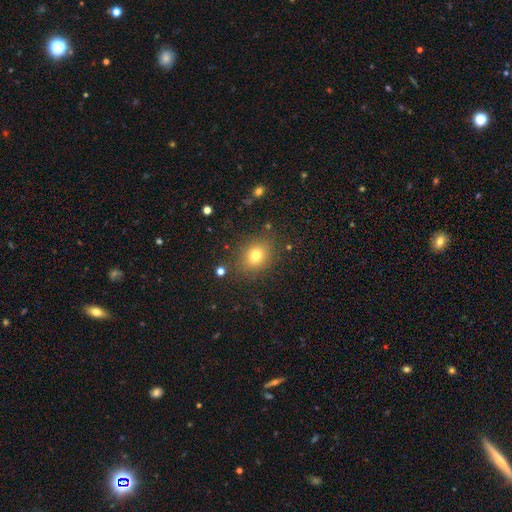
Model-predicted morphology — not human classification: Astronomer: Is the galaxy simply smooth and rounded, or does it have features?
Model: smooth — 75%.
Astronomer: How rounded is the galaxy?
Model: round — 54% (runner-up: in between, 45%).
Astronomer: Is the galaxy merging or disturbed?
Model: none — 84%.